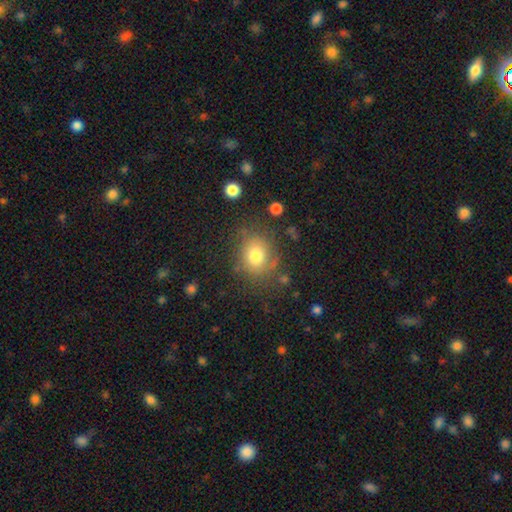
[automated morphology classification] Q: Smooth or featured?
A: smooth (77%); runner-up: star or artifact (12%)
Q: How rounded?
A: round (68%); runner-up: in between (31%)
Q: Merging?
A: none (74%); runner-up: minor disturbance (16%)